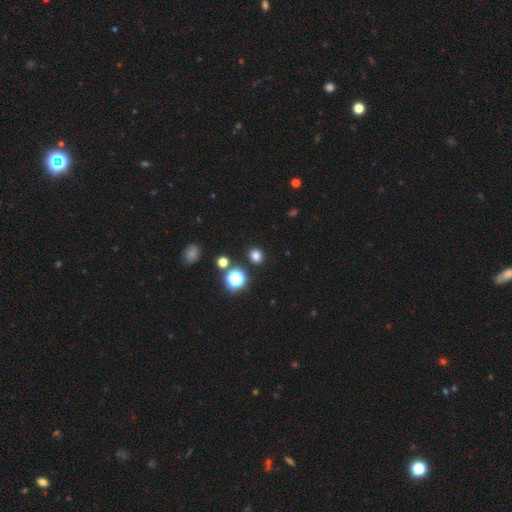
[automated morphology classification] This appears to be a smooth galaxy with no disk features (76%) that is round (70%). Merging: none (88%).